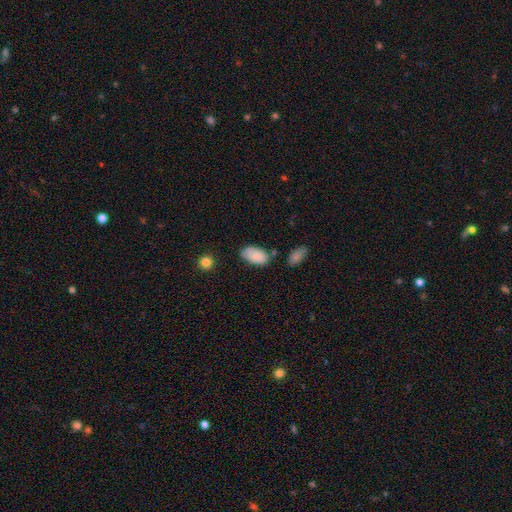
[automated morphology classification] Q: Smooth or featured?
A: smooth (82%); runner-up: featured or disk (11%)
Q: How rounded?
A: in between (94%); runner-up: round (4%)
Q: Merging?
A: none (63%); runner-up: minor disturbance (24%)